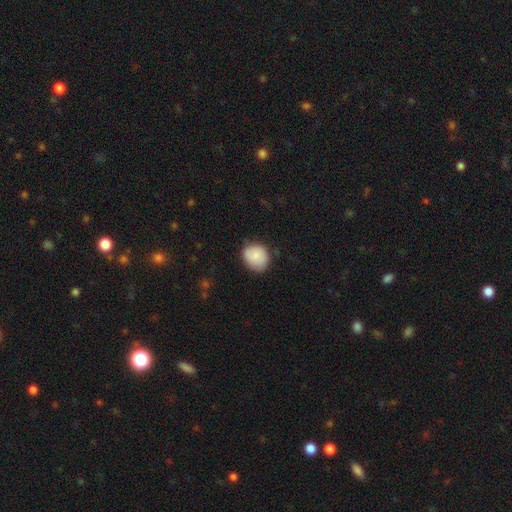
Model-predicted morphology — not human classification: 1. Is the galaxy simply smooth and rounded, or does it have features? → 82% smooth, 11% featured or disk, 7% star or artifact.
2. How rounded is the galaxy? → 70% round, 30% in between, 1% cigar-shaped.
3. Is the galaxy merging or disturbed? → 69% none, 25% minor disturbance, 5% major disturbance, 2% merger.